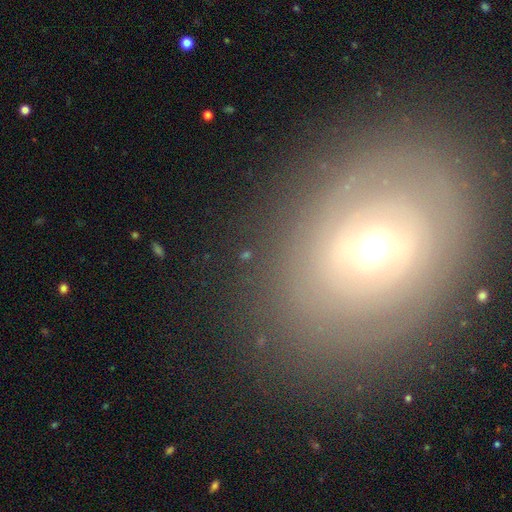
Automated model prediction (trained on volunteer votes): Overall: featured or disk (59%; smooth 30%). Edge-on disk: no (93%). Bar: no (72%). Spiral arms: no (55%; yes 45%). Bulge size: moderate (60%; small 30%). Merging: none (81%).